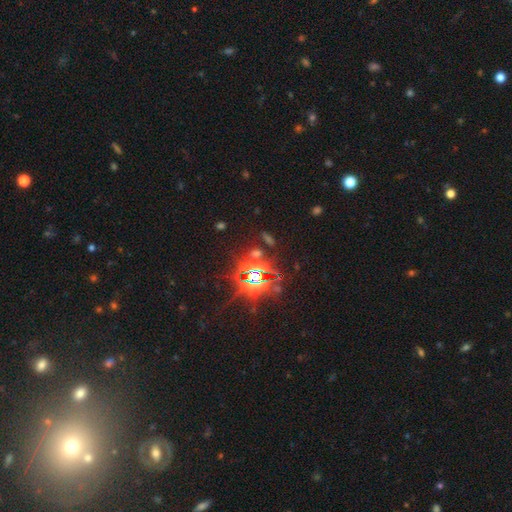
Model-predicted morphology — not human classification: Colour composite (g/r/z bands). It shows a star or artifact, not a galaxy (83%).